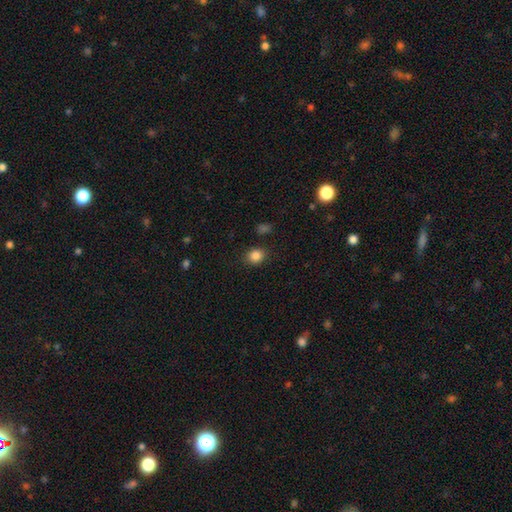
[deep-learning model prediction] Smooth or featured?
  - smooth: 85% *
  - star or artifact: 11%
  - featured or disk: 4%
How rounded?
  - round: 67% *
  - in between: 32%
  - cigar-shaped: 1%
Merging?
  - none: 86% *
  - minor disturbance: 9%
  - major disturbance: 3%
  - merger: 2%